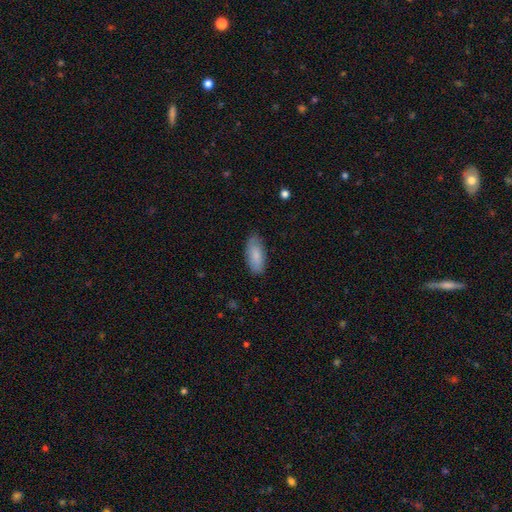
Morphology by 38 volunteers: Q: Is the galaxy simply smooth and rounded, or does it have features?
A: smooth — 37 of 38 (97%).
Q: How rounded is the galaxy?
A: in between — 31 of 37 (84%).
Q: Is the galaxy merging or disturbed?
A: none — 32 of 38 (84%).